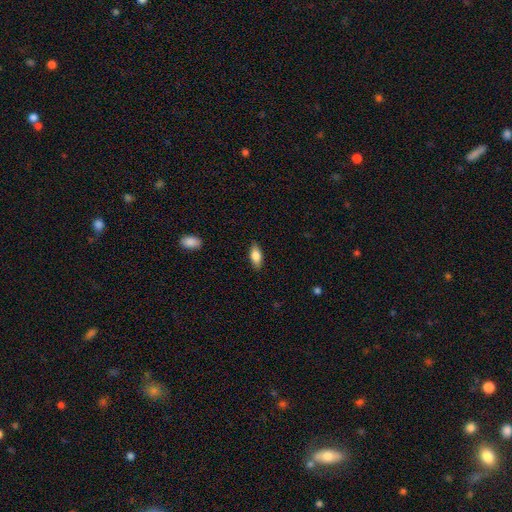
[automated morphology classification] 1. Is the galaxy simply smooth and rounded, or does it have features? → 80% smooth, 13% featured or disk, 7% star or artifact.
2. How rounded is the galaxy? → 85% in between, 12% cigar-shaped, 3% round.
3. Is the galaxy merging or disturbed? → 85% none, 11% minor disturbance, 3% major disturbance, 1% merger.